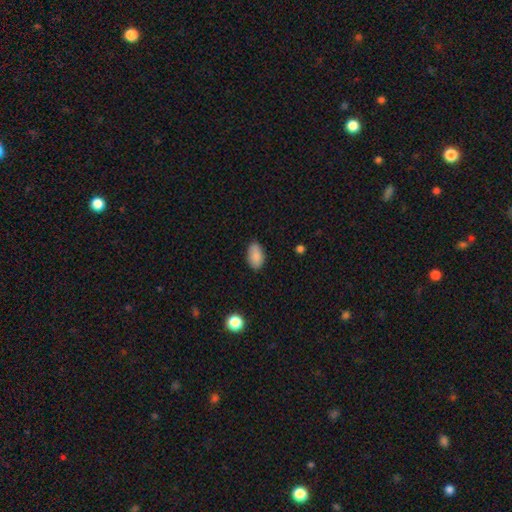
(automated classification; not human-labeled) A smooth galaxy with no disk features (87%) that is in between round and cigar-shaped (92%). Merging: none (80%).